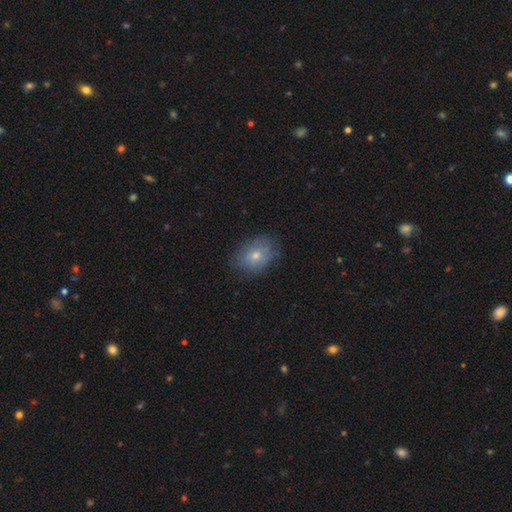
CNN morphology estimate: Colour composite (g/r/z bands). It shows a smooth galaxy with no disk features (66%) that is in between round and cigar-shaped (65%). Merging: none (80%).